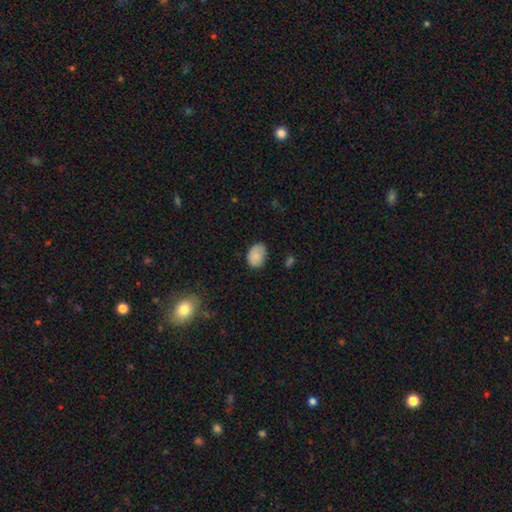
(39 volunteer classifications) Smooth or featured? smooth (74%)
How rounded? in between (72%)
Merging? none (54%)